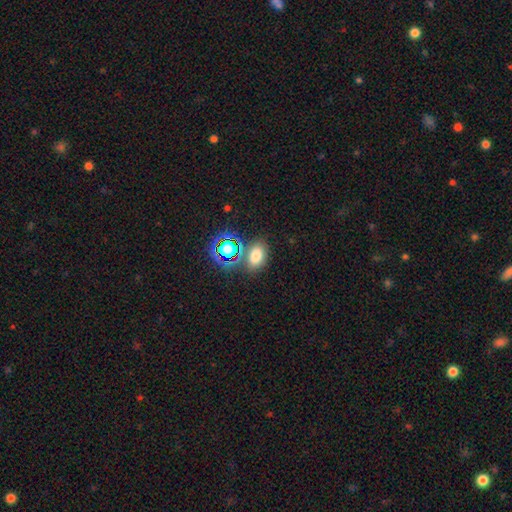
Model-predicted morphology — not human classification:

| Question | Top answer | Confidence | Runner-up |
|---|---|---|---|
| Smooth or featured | smooth | 69% | star or artifact (23%) |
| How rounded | in between | 79% | round (19%) |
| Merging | none | 74% | minor disturbance (11%) |